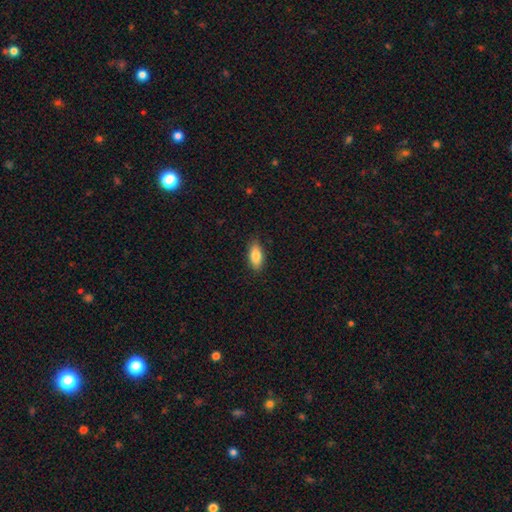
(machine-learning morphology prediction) Overall: smooth (85%). How rounded: in between (88%). Merging: none (85%).